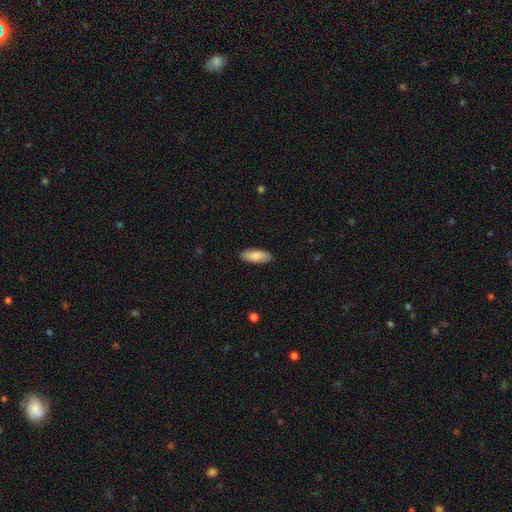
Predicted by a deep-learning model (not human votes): Q: Smooth or featured?
A: smooth (85%); runner-up: featured or disk (10%)
Q: How rounded?
A: in between (81%); runner-up: cigar-shaped (17%)
Q: Merging?
A: none (89%); runner-up: minor disturbance (8%)